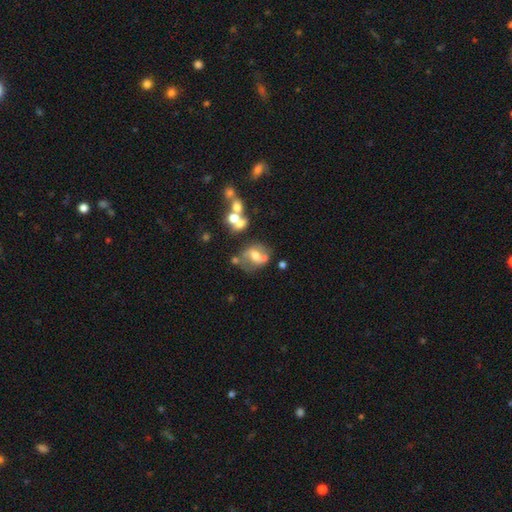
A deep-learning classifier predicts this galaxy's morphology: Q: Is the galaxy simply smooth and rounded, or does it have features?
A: featured or disk — 61%.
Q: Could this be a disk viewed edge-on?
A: no — 97%.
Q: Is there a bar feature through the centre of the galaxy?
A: no — 40%, tied with weak.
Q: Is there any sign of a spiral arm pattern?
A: yes — 70%.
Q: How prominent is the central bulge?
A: moderate — 65%.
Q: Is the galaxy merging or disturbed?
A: none — 53%.